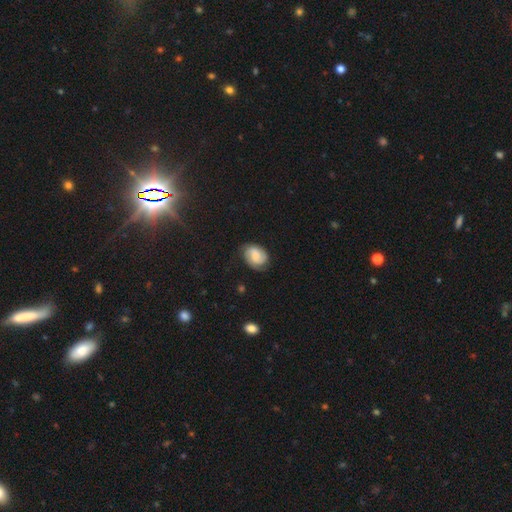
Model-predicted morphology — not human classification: smooth_or_featured: featured or disk (p=0.50) [alt: smooth p=0.41]
disk_edge_on: no (p=0.97) [alt: yes p=0.03]
merging: none (p=0.72) [alt: minor disturbance p=0.21]